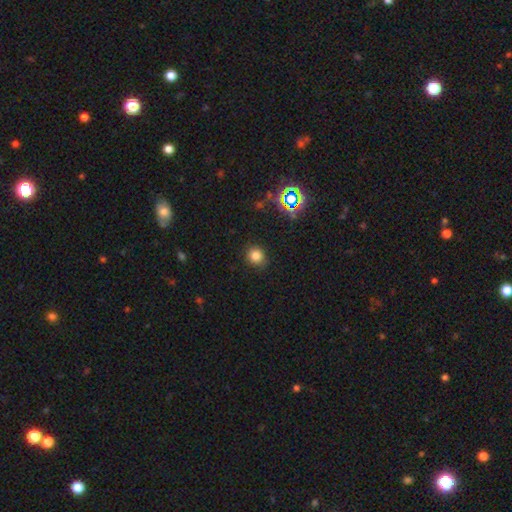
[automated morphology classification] Q: Smooth or featured?
A: smooth (79%); runner-up: star or artifact (16%)
Q: How rounded?
A: round (83%); runner-up: in between (16%)
Q: Merging?
A: none (88%); runner-up: minor disturbance (9%)